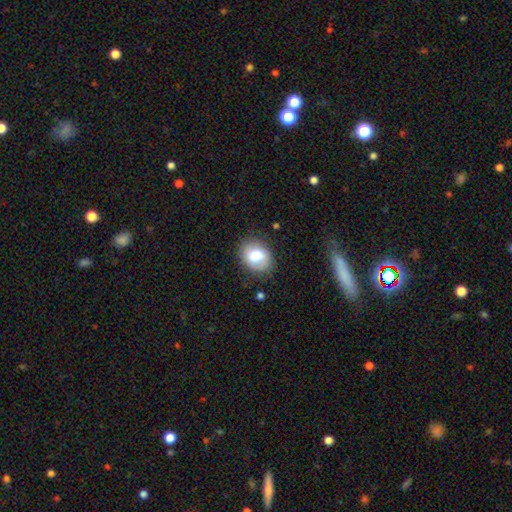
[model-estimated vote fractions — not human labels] Smooth or featured?
  - smooth: 77% *
  - featured or disk: 15%
  - star or artifact: 8%
How rounded?
  - in between: 52% *
  - round: 47%
  - cigar-shaped: 1%
Merging?
  - none: 79% *
  - minor disturbance: 15%
  - major disturbance: 4%
  - merger: 2%